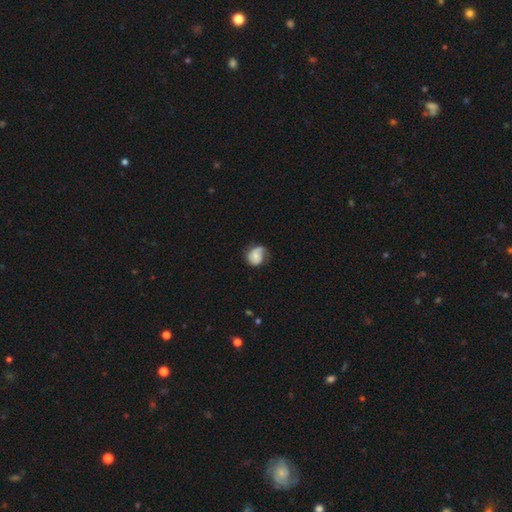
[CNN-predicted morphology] This appears to be a featured or disk galaxy (47%). Merging: none (49%).